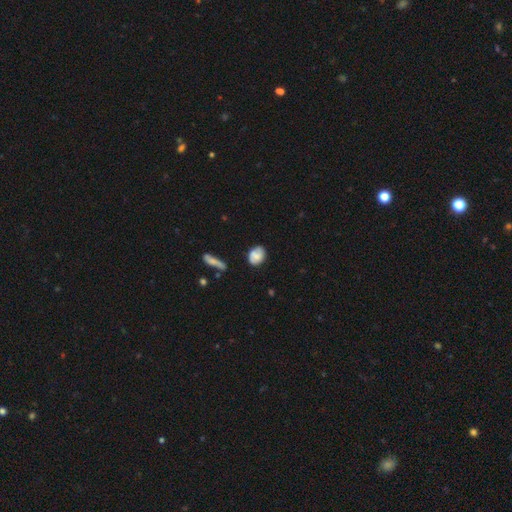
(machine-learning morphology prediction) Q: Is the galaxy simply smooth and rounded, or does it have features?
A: smooth — 68%.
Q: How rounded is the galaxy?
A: in between — 59%.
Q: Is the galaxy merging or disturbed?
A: none — 69%.